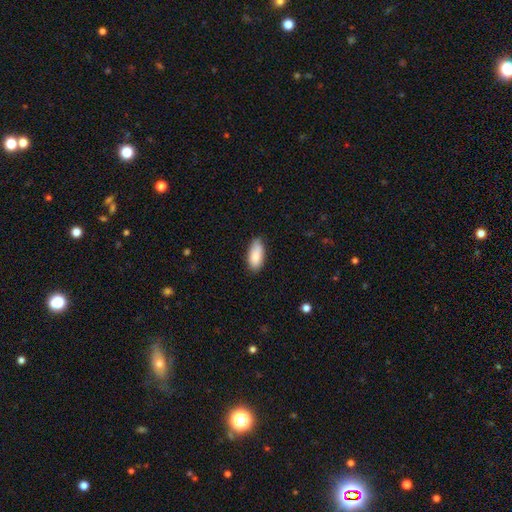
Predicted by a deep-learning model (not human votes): Smooth or featured?
  - smooth: 87% *
  - featured or disk: 6%
  - star or artifact: 6%
How rounded?
  - in between: 88% *
  - cigar-shaped: 11%
  - round: 2%
Merging?
  - none: 77% *
  - minor disturbance: 19%
  - major disturbance: 3%
  - merger: 1%